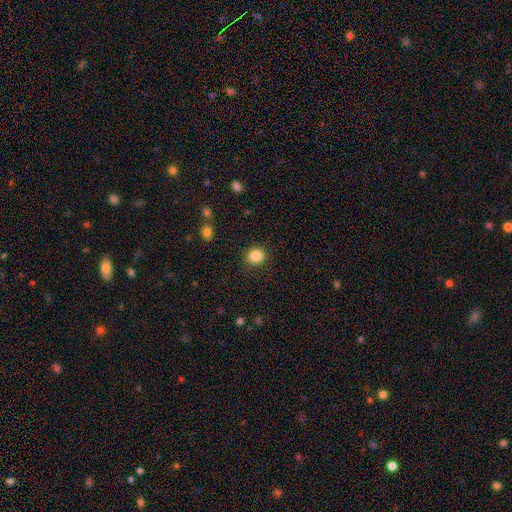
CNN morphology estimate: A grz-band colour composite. It shows a smooth galaxy with no disk features (86%) that is round (85%). Merging: none (89%).